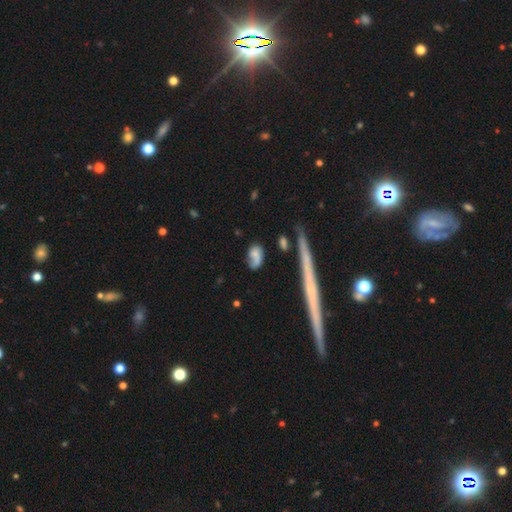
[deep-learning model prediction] smooth_or_featured: smooth (p=0.63) [alt: featured or disk p=0.28]
how_rounded: in between (p=0.76) [alt: round p=0.17]
merging: none (p=0.55) [alt: minor disturbance p=0.26]